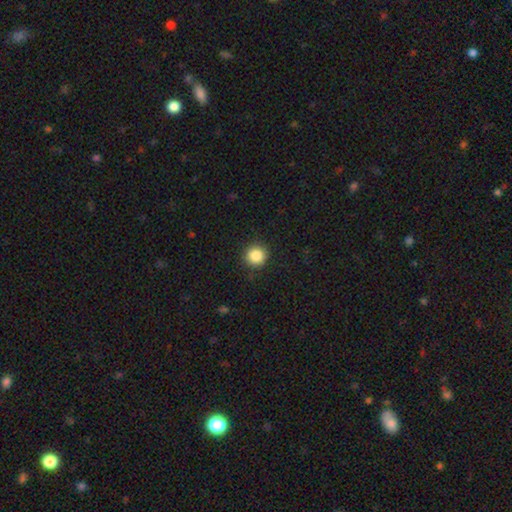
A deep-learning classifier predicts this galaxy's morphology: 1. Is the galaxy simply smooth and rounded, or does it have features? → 86% smooth, 10% star or artifact, 4% featured or disk.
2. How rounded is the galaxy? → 94% round, 5% in between, 1% cigar-shaped.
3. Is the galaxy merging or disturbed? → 91% none, 6% minor disturbance, 2% major disturbance, 1% merger.